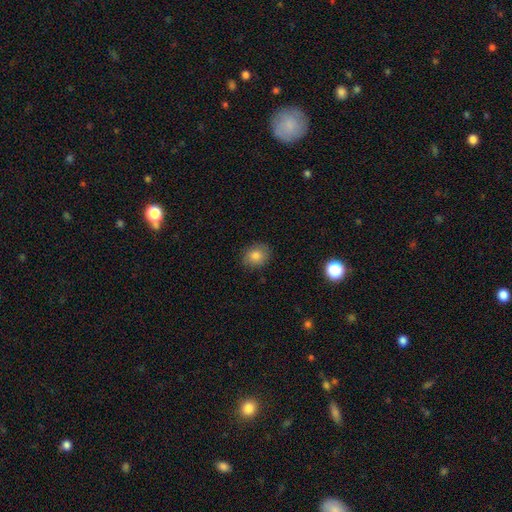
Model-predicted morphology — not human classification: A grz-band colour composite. It shows a smooth galaxy with no disk features (82%) that is round (59%). Merging: none (85%).